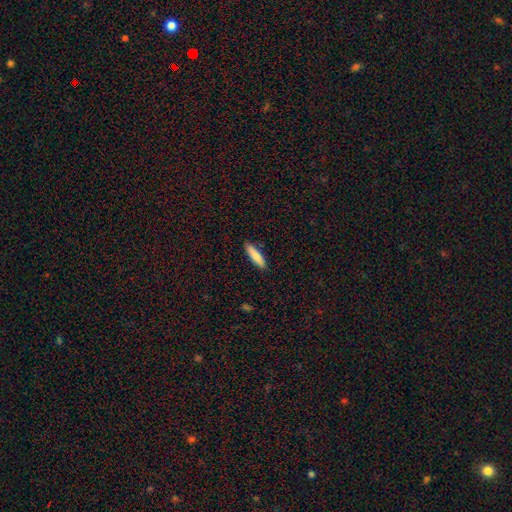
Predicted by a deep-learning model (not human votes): Morphology: type=smooth (85%); roundness=cigar-shaped (74%); merging=none (89%).